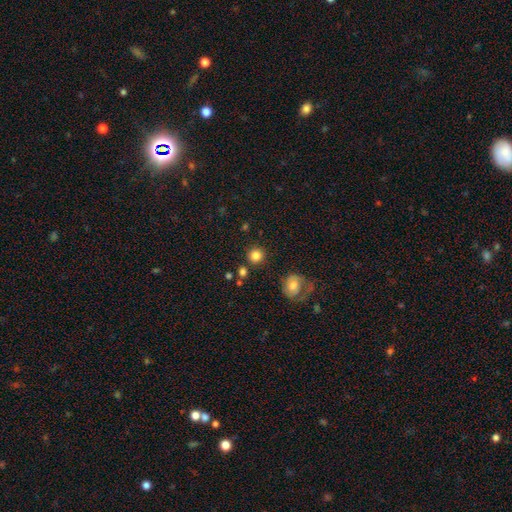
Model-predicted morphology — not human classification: type=smooth (83%); roundness=round (93%); merging=none (84%).